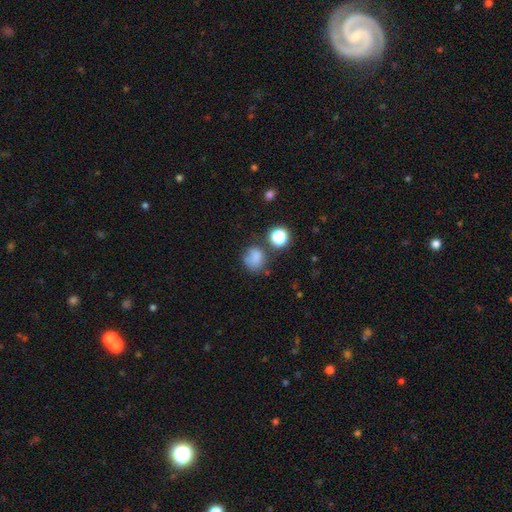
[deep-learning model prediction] Smooth or featured? Predicted: smooth (p=0.78). How rounded? Predicted: round (p=0.72). Merging? Predicted: none (p=0.57).